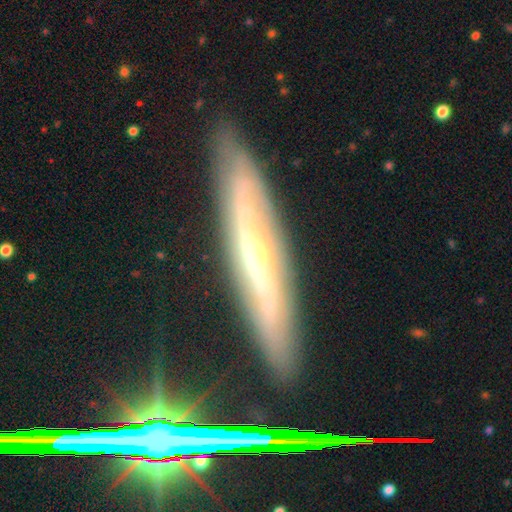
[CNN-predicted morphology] This appears to be a featured or disk galaxy (74%) viewed edge-on (76%) with a rounded central bulge (63%). Merging: none (82%).